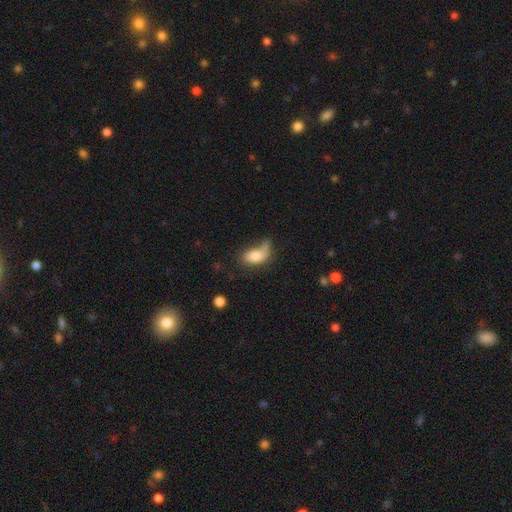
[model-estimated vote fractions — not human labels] The model was most divided on "merging": none: 30%, major disturbance: 26%, minor disturbance: 26%, merger: 17%. More confident: how rounded — in between (87%); smooth or featured — smooth (74%).